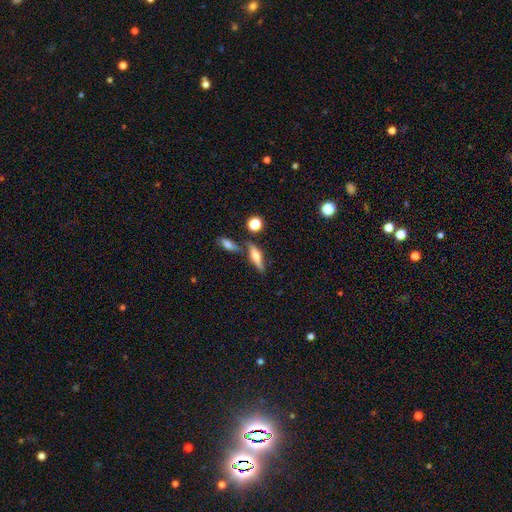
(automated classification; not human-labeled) smooth_or_featured: smooth (p=0.47) [alt: featured or disk p=0.45]
merging: none (p=0.62) [alt: merger p=0.18]